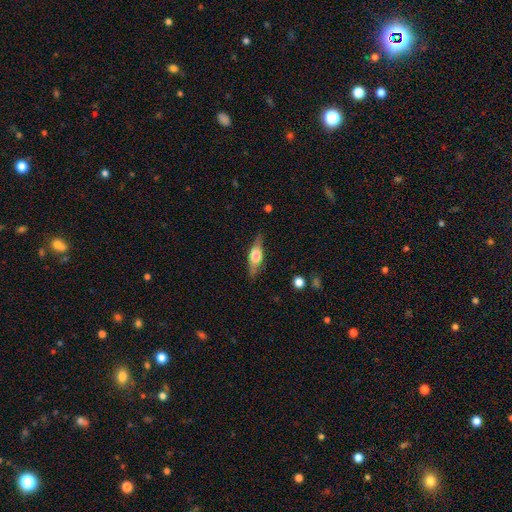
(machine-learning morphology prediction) The model was most divided on "smooth or featured": featured or disk: 59%, smooth: 35%, star or artifact: 6%. More confident: edge-on disk — yes (93%); edge-on bulge — rounded (91%); merging — none (85%).